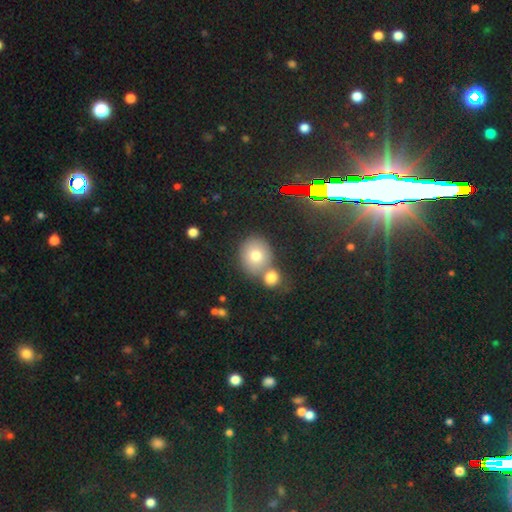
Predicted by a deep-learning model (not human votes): smooth_or_featured: smooth (p=0.72) [alt: star or artifact p=0.15]
how_rounded: round (p=0.73) [alt: in between p=0.26]
merging: none (p=0.51) [alt: merger p=0.37]